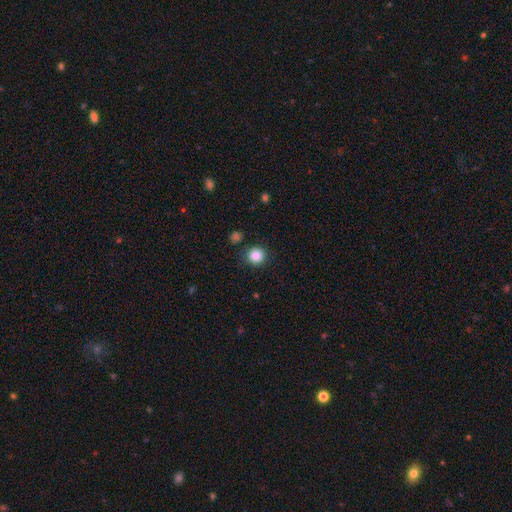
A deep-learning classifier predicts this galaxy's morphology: This appears to be a smooth galaxy with no disk features (86%) that is round (92%). Merging: none (87%).